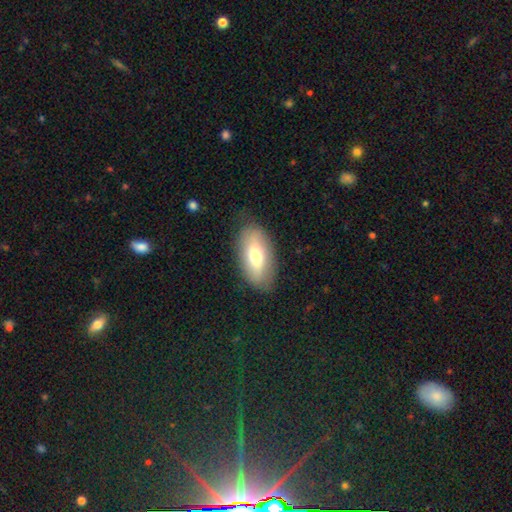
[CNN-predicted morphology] Overall: smooth (68%). How rounded: in between (89%). Merging: none (82%).